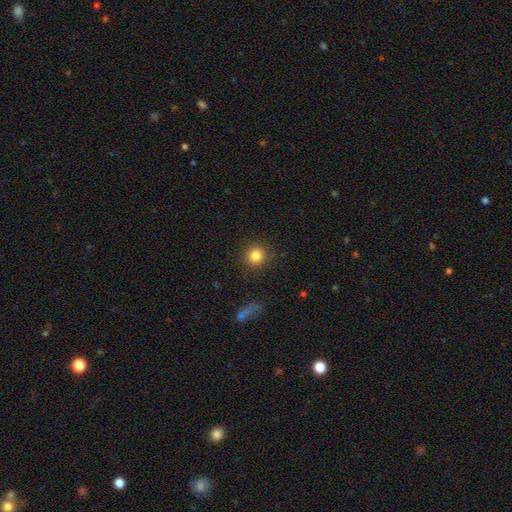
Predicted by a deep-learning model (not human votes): This is clearly a smooth galaxy (84%). How rounded: clearly round (92%). Merging: clearly none (89%).